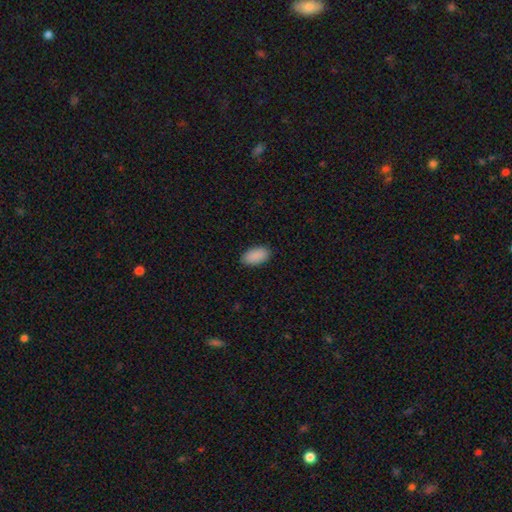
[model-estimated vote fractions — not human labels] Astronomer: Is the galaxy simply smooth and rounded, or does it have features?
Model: smooth — 91%.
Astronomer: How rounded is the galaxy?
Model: in between — 94%.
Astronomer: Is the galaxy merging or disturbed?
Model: none — 88%.